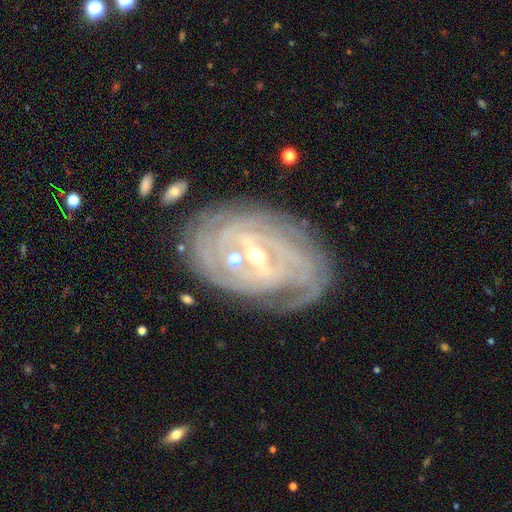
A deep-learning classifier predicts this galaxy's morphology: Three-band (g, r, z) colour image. It shows a featured or disk galaxy (90%) with a strong bar (48%), tight (81%) spiral arms (97%) and a small central bulge (58%). Merging: none (73%).